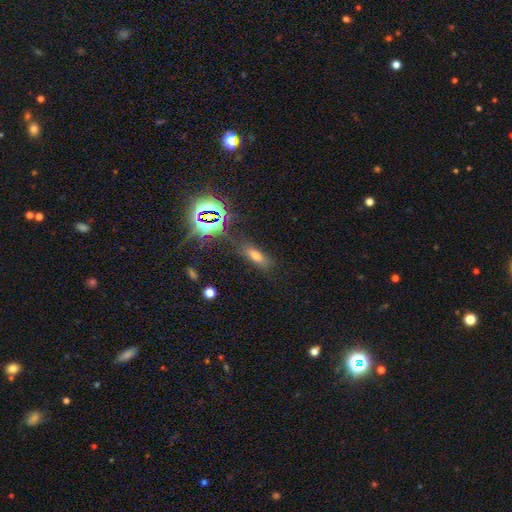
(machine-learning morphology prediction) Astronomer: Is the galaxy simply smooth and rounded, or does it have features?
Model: smooth — 60%.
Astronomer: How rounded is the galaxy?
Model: in between — 58% (runner-up: cigar-shaped, 35%).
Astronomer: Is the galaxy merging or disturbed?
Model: none — 77%.